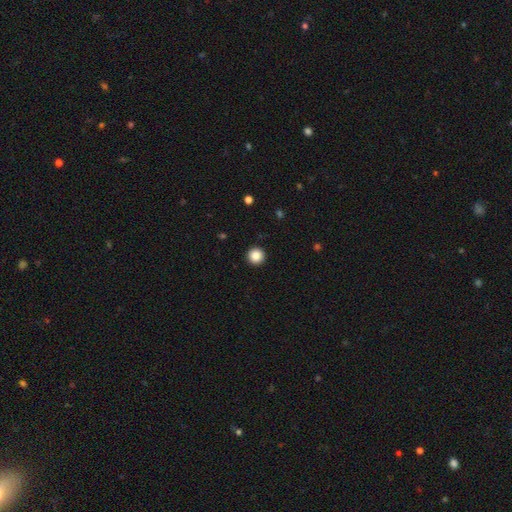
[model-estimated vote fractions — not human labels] smooth 87%, star or artifact 10%, featured or disk 3%. Down the decision tree: how rounded — round (96%); merging — none (93%).